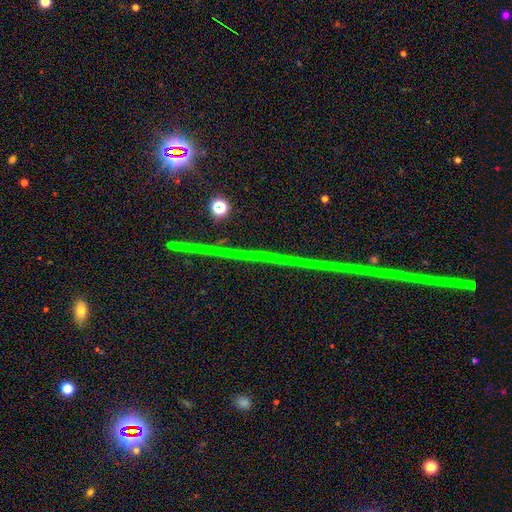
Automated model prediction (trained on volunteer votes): Smooth or featured? Predicted: star or artifact (p=0.85).